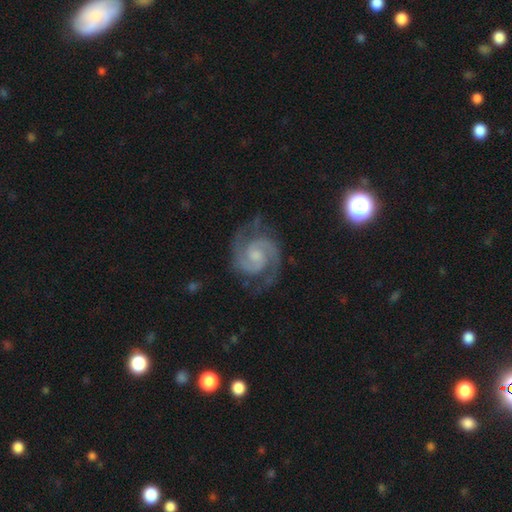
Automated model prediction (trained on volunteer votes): A featured or disk galaxy (92%) with no bar (51%), 2 (92%) medium (54%) spiral arms (99%) and a small central bulge (46%). Merging: none (78%).